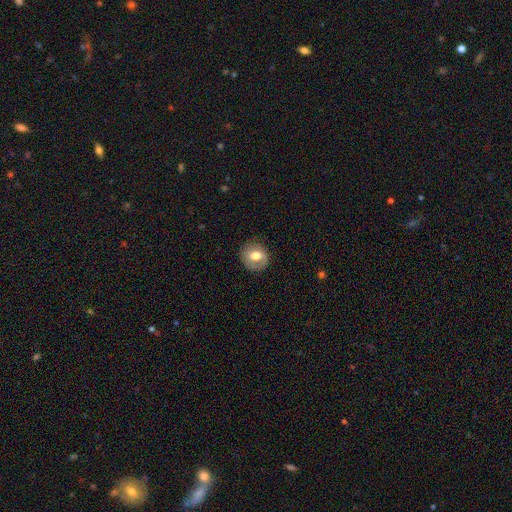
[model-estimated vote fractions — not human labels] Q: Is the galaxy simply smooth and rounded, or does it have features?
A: smooth — 61%.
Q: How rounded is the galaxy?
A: round — 74%.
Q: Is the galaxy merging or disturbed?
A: none — 79%.